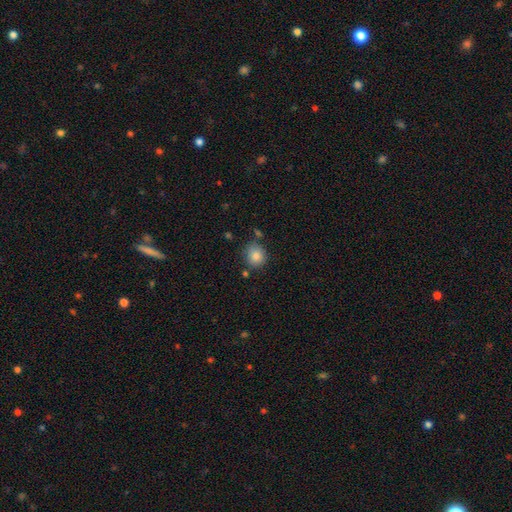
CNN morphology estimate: This appears to be a smooth galaxy with no disk features (83%) that is round (84%). Merging: none (77%).